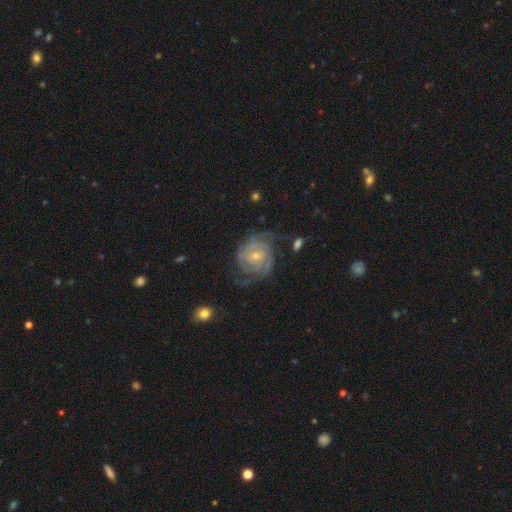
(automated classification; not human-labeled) smooth-or-featured: featured or disk: 89% | smooth: 6% | star or artifact: 5%
  disk-edge-on: no: 98% | yes: 2%
    bar: no: 59% | weak: 32% | strong: 8%
    has-spiral-arms: yes: 97% | no: 3%
      spiral-winding: tight: 66% | medium: 27% | loose: 7%
      spiral-arm-count: 2: 43% | 3: 20% | can't tell: 17% | 4: 9% | more than 4: 5% | 1: 5%
    bulge-size: small: 68% | moderate: 28% | none: 2% | large: 2% | dominant: 1%
  merging: none: 66% | minor disturbance: 19% | major disturbance: 13% | merger: 3%